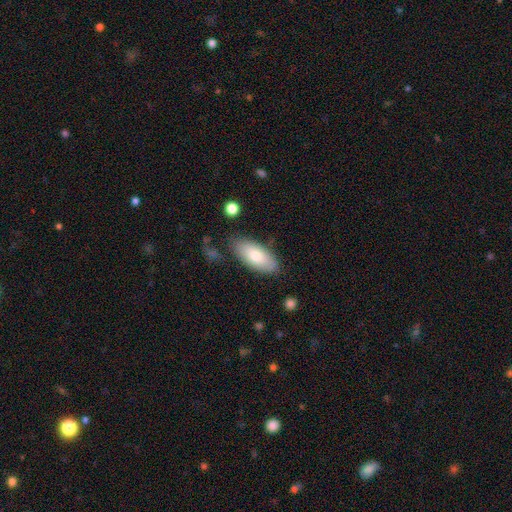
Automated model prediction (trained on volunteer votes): smooth_or_featured: smooth (p=0.76) [alt: featured or disk p=0.18]
how_rounded: in between (p=0.89) [alt: cigar-shaped p=0.09]
merging: none (p=0.78) [alt: minor disturbance p=0.16]